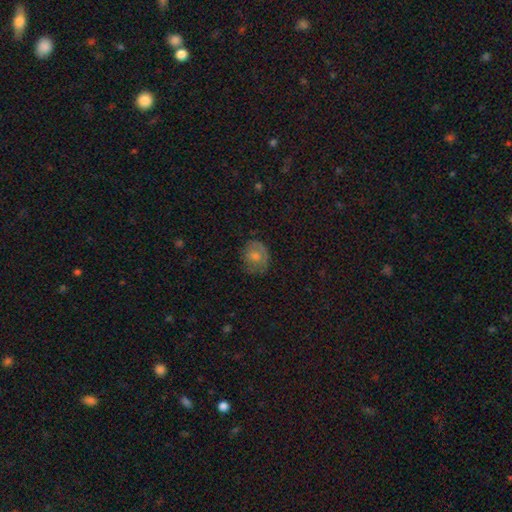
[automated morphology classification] A smooth galaxy with no disk features (67%) that is round (63%). Merging: none (64%).